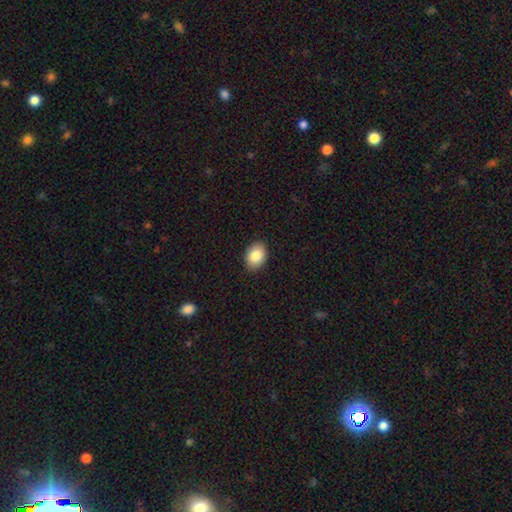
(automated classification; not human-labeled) smooth_or_featured: smooth (p=0.85) [alt: featured or disk p=0.07]
how_rounded: in between (p=0.79) [alt: round p=0.20]
merging: none (p=0.90) [alt: minor disturbance p=0.08]